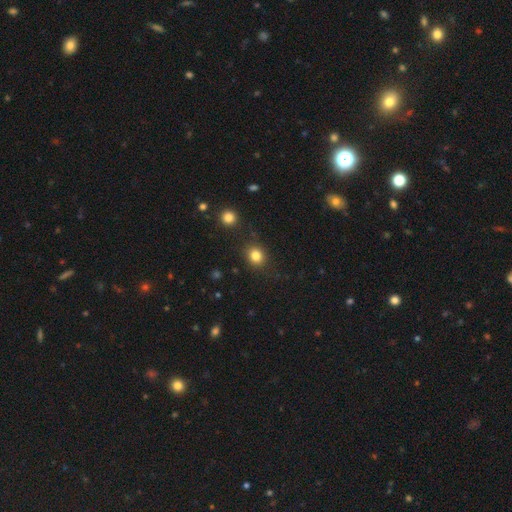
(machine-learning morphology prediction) smooth_or_featured: smooth (p=0.83) [alt: star or artifact p=0.12]
how_rounded: round (p=0.75) [alt: in between p=0.24]
merging: none (p=0.87) [alt: minor disturbance p=0.08]